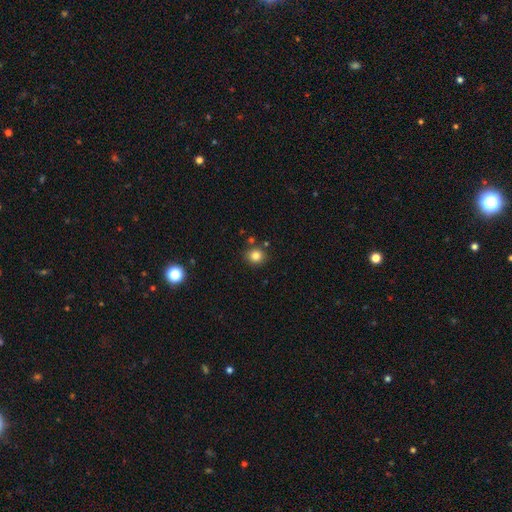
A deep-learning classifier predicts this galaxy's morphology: This appears to be a smooth galaxy with no disk features (82%) that is round (82%). Merging: none (83%).